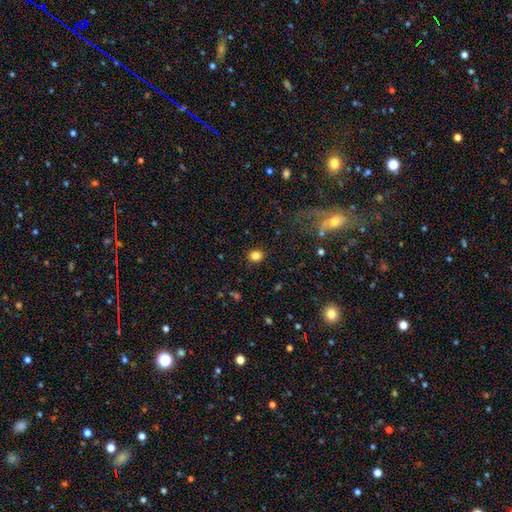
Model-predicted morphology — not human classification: Smooth or featured?
  - smooth: 83% *
  - star or artifact: 12%
  - featured or disk: 5%
How rounded?
  - round: 82% *
  - in between: 17%
  - cigar-shaped: 1%
Merging?
  - none: 90% *
  - minor disturbance: 6%
  - major disturbance: 2%
  - merger: 1%